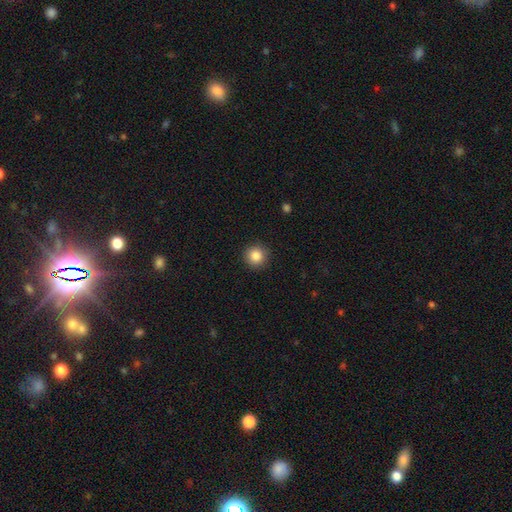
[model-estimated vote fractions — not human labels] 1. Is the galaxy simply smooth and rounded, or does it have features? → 85% smooth, 10% star or artifact, 5% featured or disk.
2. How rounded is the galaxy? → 95% round, 4% in between, 1% cigar-shaped.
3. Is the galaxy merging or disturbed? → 92% none, 5% minor disturbance, 2% major disturbance, 1% merger.